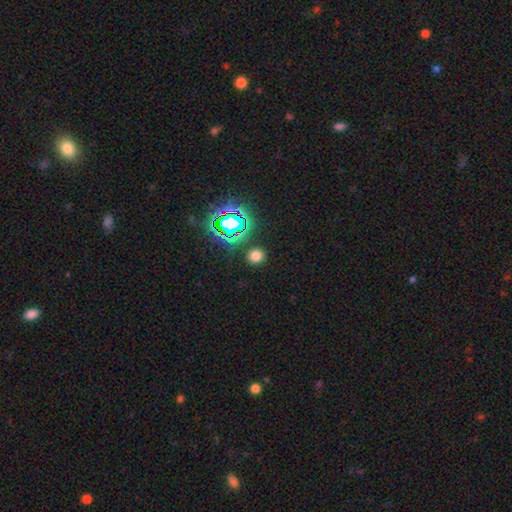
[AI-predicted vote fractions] The model was most divided on "smooth or featured": smooth: 69%, star or artifact: 25%, featured or disk: 6%. More confident: merging — none (88%); how rounded — round (82%).